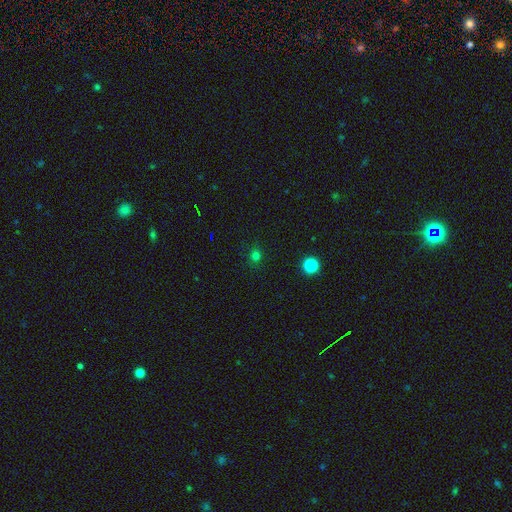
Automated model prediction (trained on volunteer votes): Smooth or featured? Predicted: smooth (p=0.71). How rounded? Predicted: round (p=0.88). Merging? Predicted: none (p=0.87).